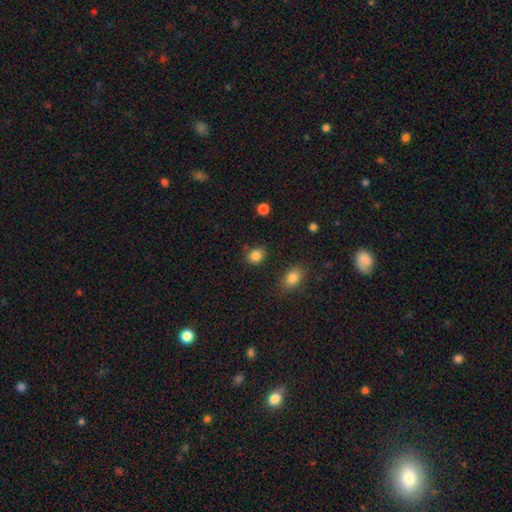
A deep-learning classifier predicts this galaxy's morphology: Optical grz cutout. It shows a smooth galaxy with no disk features (85%) that is round (57%). Merging: none (79%).